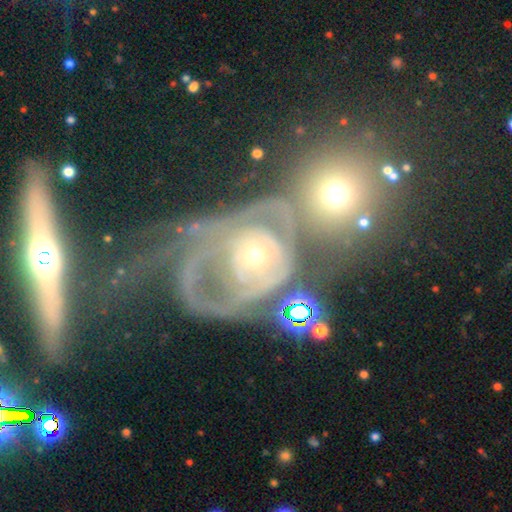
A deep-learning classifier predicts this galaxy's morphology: Smooth or featured: featured or disk — 77% (smooth — 14%)
Edge-on disk: no — 96% (yes — 4%)
Bar: no — 77% (weak — 15%)
Spiral arms: yes — 66% (no — 34%)
Bulge size: small — 54% (moderate — 37%)
Merging: merger — 52% (major disturbance — 28%)